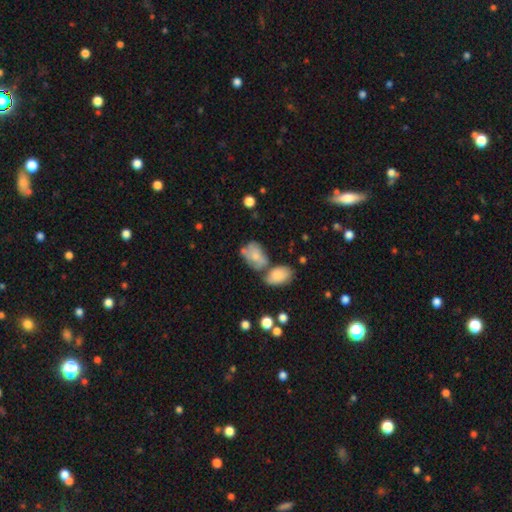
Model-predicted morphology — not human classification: Smooth or featured: smooth — 66% (featured or disk — 26%)
How rounded: in between — 81% (round — 17%)
Merging: merger — 41% (none — 29%)